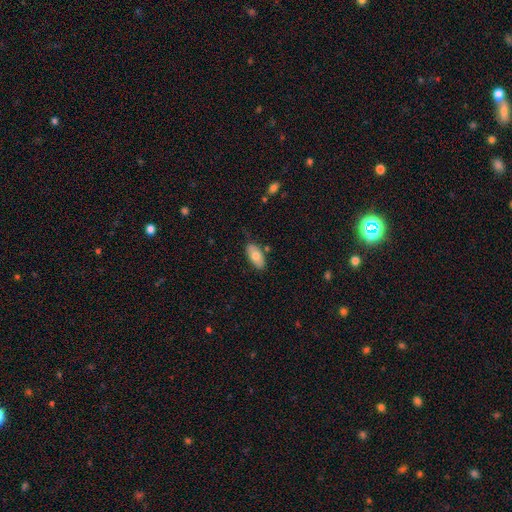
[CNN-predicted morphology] Q: Smooth or featured?
A: smooth (72%); runner-up: featured or disk (21%)
Q: How rounded?
A: in between (92%); runner-up: cigar-shaped (5%)
Q: Merging?
A: none (78%); runner-up: minor disturbance (16%)